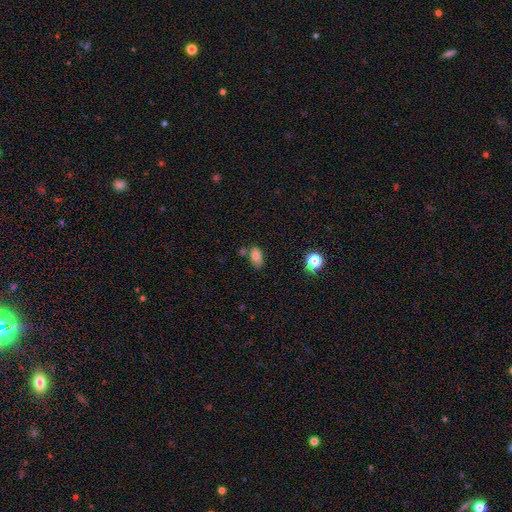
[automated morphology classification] Smooth or featured? Predicted: smooth (p=0.77). How rounded? Predicted: in between (p=0.88). Merging? Predicted: none (p=0.58).